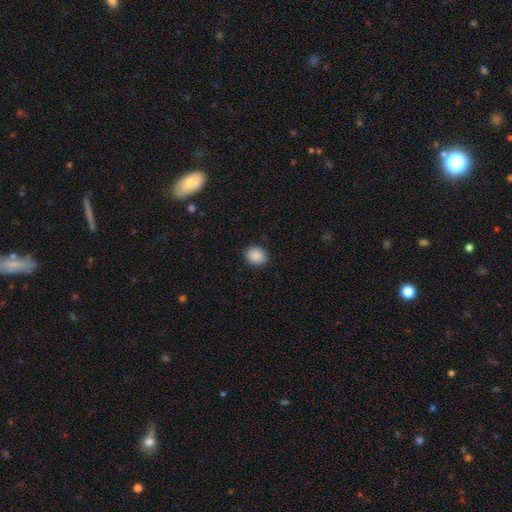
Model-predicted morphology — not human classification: This is clearly a smooth galaxy (89%). How rounded: likely round (63%). Merging: clearly none (89%).